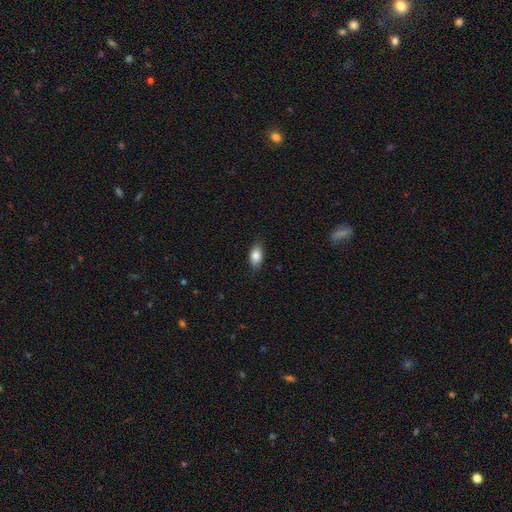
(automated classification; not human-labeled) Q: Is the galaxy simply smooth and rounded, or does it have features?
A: smooth — 86%.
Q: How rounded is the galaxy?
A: in between — 89%.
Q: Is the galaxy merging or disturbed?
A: none — 86%.